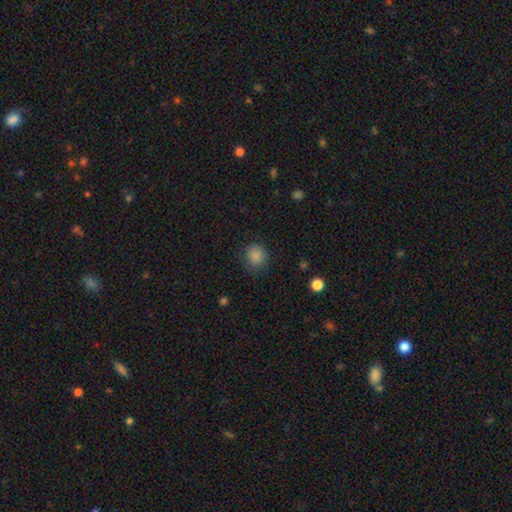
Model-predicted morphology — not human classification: The model was most divided on "merging": none: 77%, minor disturbance: 17%, major disturbance: 5%, merger: 1%. More confident: smooth or featured — smooth (86%); how rounded — round (80%).